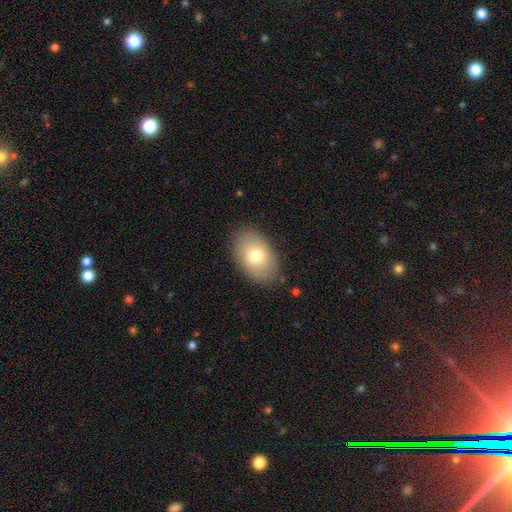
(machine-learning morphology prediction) Smooth or featured? Predicted: smooth (p=0.75). How rounded? Predicted: in between (p=0.87). Merging? Predicted: none (p=0.85).